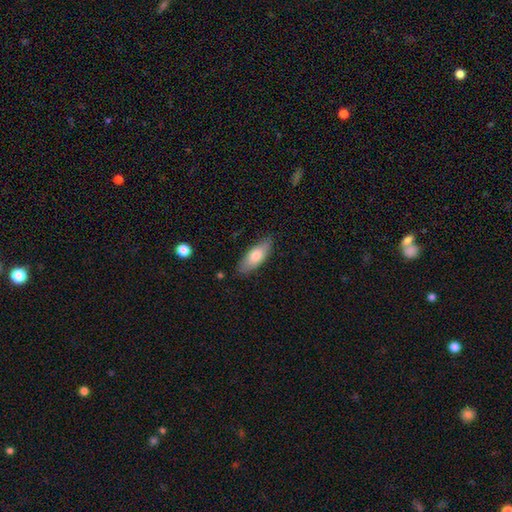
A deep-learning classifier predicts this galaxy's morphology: This is likely a smooth galaxy (75%). How rounded: likely in between (71%). Merging: clearly none (81%).